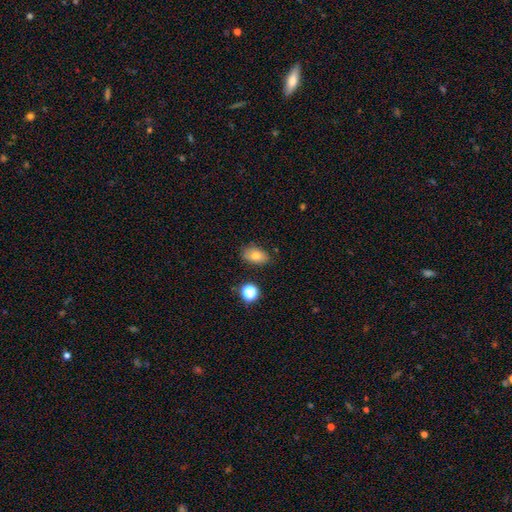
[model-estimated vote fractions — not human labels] Morphology: type=smooth (77%); roundness=in between (86%); merging=none (78%).